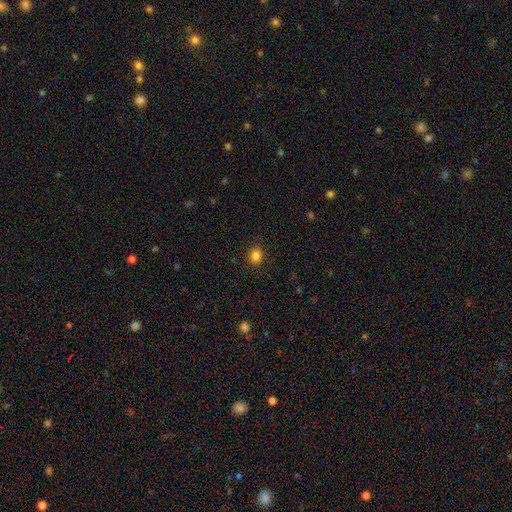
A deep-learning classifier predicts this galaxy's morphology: Smooth or featured? Predicted: smooth (p=0.84). How rounded? Predicted: round (p=0.65). Merging? Predicted: none (p=0.88).